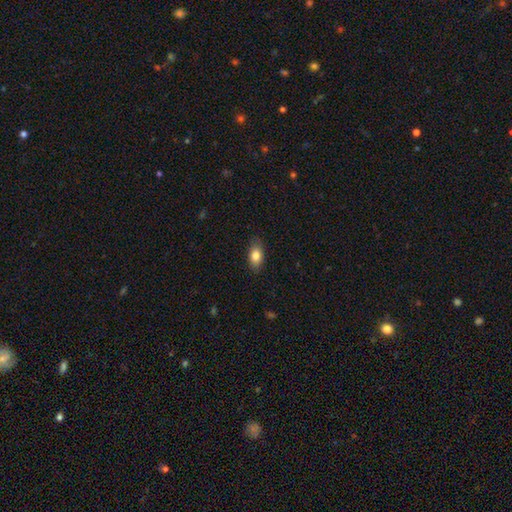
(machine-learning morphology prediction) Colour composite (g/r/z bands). It shows a smooth galaxy with no disk features (82%) that is in between round and cigar-shaped (87%). Merging: none (84%).